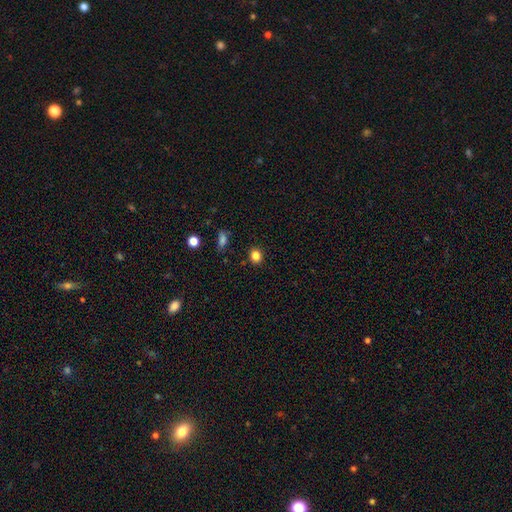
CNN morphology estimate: Smooth or featured? Predicted: smooth (p=0.83). How rounded? Predicted: round (p=0.74). Merging? Predicted: none (p=0.89).